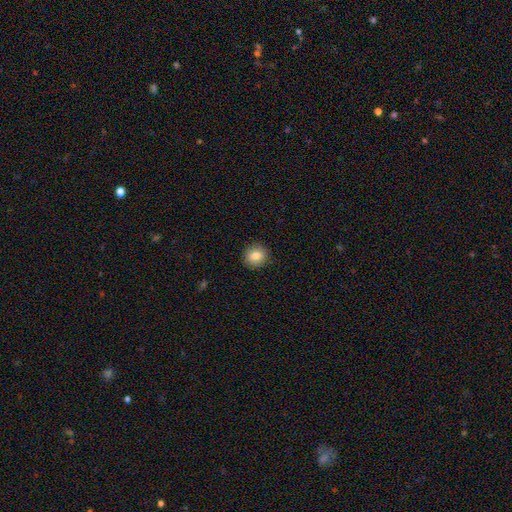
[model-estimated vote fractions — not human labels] Smooth or featured? smooth (83%)
How rounded? round (89%)
Merging? none (90%)